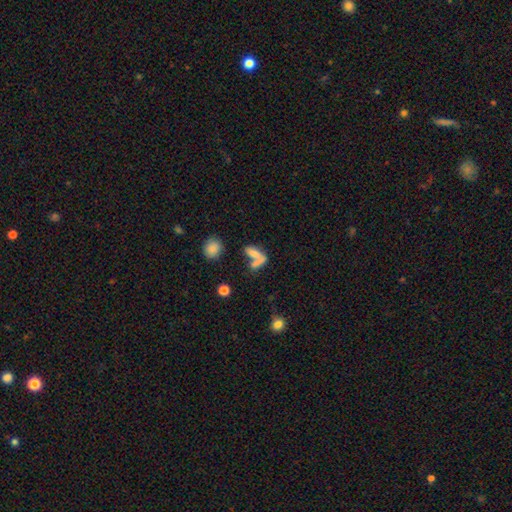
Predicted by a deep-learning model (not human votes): The model was most divided on "merging": merger: 48%, none: 28%, major disturbance: 12%, minor disturbance: 11%. More confident: smooth or featured — smooth (67%); how rounded — in between (62%).